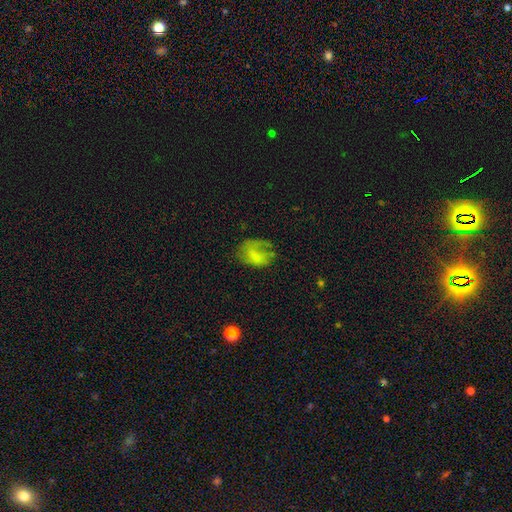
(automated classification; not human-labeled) Smooth or featured?
  - smooth: 53% *
  - featured or disk: 35%
  - star or artifact: 11%
How rounded?
  - in between: 70% *
  - round: 29%
  - cigar-shaped: 2%
Merging?
  - major disturbance: 39% *
  - none: 33%
  - minor disturbance: 25%
  - merger: 3%